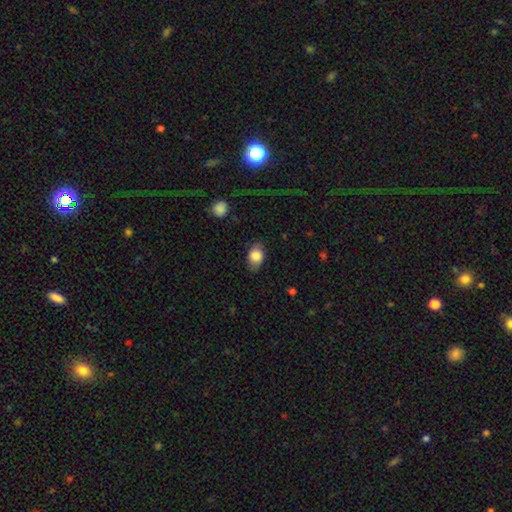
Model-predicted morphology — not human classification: This is clearly a smooth galaxy (81%). How rounded: likely in between (78%). Merging: likely none (76%).